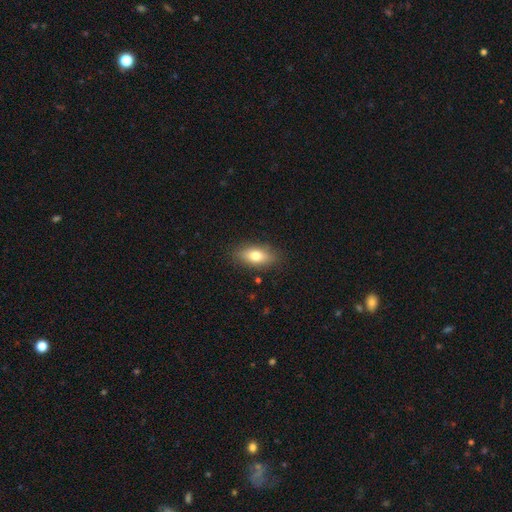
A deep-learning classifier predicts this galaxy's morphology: A smooth galaxy with no disk features (75%) that is in between round and cigar-shaped (82%).

Vote fractions:
- Smooth or featured? smooth: 75% / featured or disk: 17% / star or artifact: 8%
- How rounded? in between: 82% / cigar-shaped: 12% / round: 6%
- Merging? none: 85% / minor disturbance: 11% / major disturbance: 3% / merger: 1%